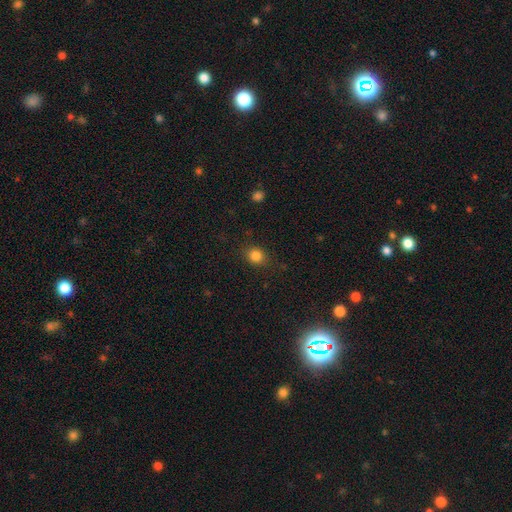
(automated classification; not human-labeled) The model was most divided on "how rounded": round: 74%, in between: 25%, cigar-shaped: 1%. More confident: merging — none (85%); smooth or featured — smooth (83%).